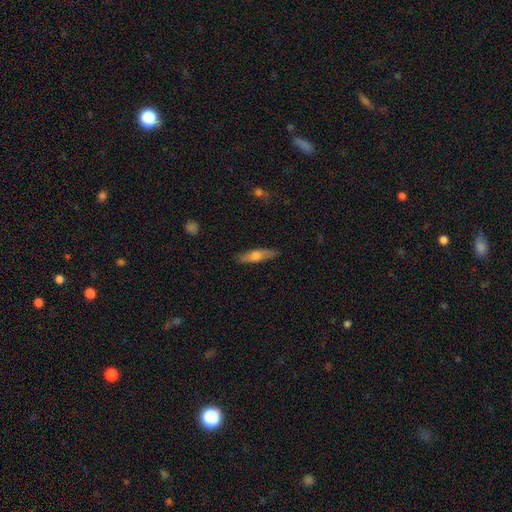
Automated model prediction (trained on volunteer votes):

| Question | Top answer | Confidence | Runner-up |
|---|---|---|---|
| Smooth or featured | smooth | 50% | featured or disk (43%) |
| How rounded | cigar-shaped | 75% | in between (22%) |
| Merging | none | 88% | minor disturbance (9%) |